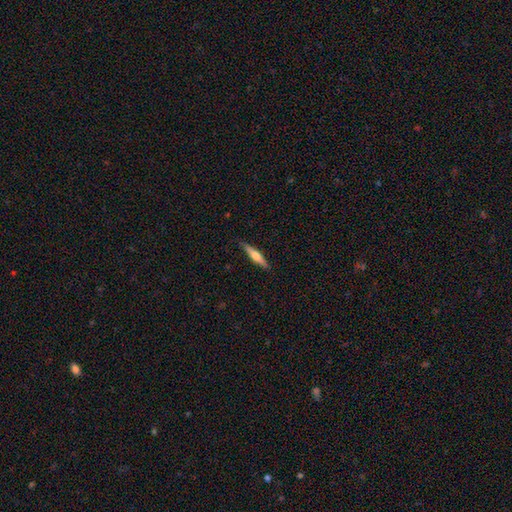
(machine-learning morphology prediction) Smooth or featured? Predicted: featured or disk (p=0.55). Edge-on disk? Predicted: yes (p=0.96). Edge-on bulge? Predicted: rounded (p=0.90). Merging? Predicted: none (p=0.87).